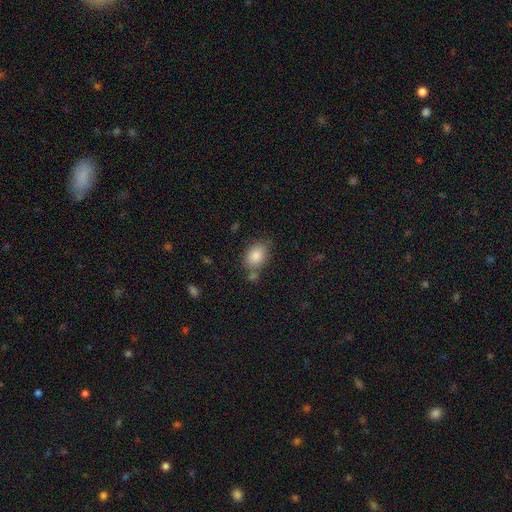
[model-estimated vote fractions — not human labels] Smooth or featured? Predicted: smooth (p=0.84). How rounded? Predicted: in between (p=0.74). Merging? Predicted: none (p=0.65).